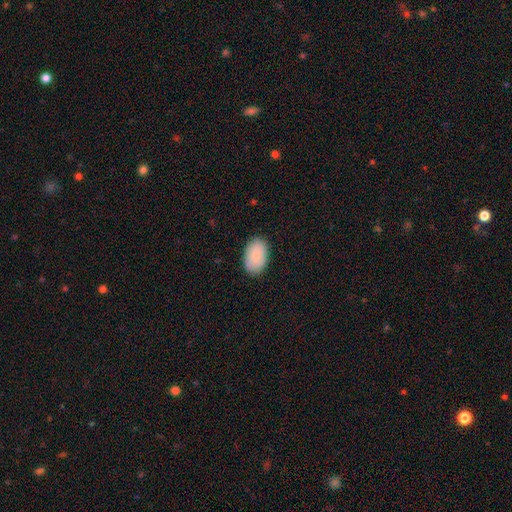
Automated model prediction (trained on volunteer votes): Smooth or featured: smooth — 86% (featured or disk — 7%)
How rounded: in between — 92% (round — 7%)
Merging: none — 86% (minor disturbance — 10%)